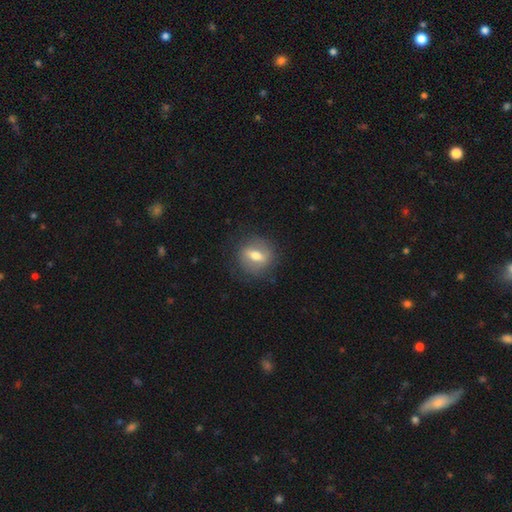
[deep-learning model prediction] Overall: smooth (49%; featured or disk 42%). Merging: none (82%).